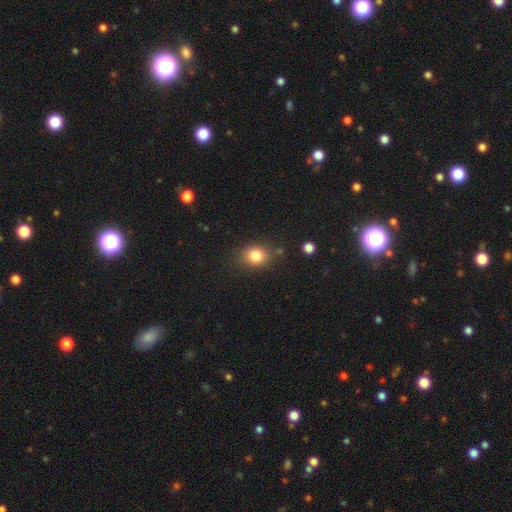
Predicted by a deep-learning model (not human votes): Q: Smooth or featured?
A: smooth (82%); runner-up: star or artifact (11%)
Q: How rounded?
A: round (52%); runner-up: in between (47%)
Q: Merging?
A: none (78%); runner-up: minor disturbance (14%)